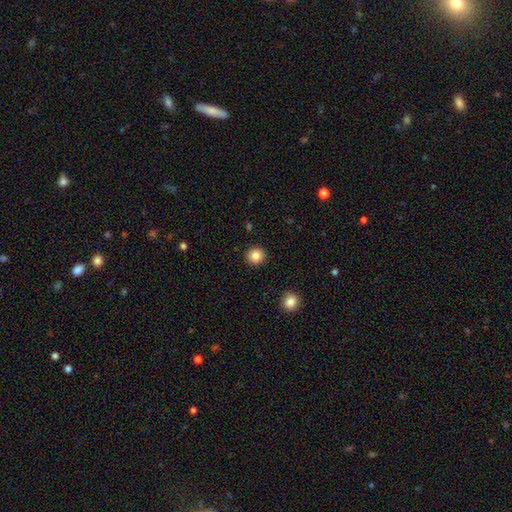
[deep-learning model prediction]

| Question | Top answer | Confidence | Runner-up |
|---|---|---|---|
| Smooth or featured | smooth | 85% | star or artifact (10%) |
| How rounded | round | 92% | in between (7%) |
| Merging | none | 92% | minor disturbance (5%) |